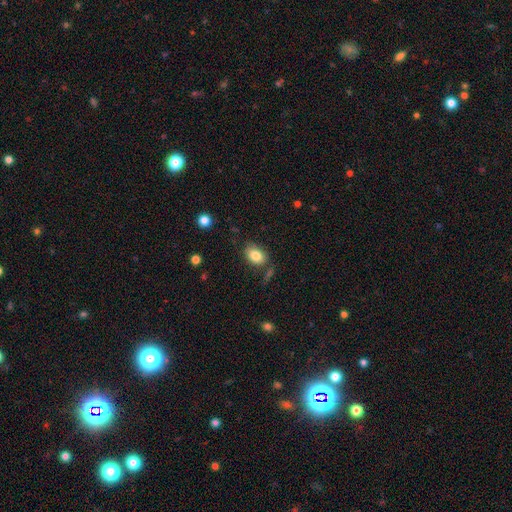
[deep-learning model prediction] Q: Smooth or featured?
A: smooth (83%); runner-up: star or artifact (9%)
Q: How rounded?
A: in between (80%); runner-up: round (18%)
Q: Merging?
A: none (72%); runner-up: minor disturbance (18%)